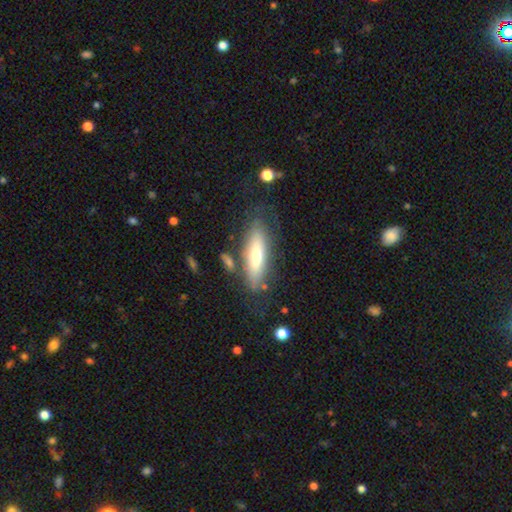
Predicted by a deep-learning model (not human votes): Smooth or featured: smooth — 55% (featured or disk — 38%)
How rounded: cigar-shaped — 50% (in between — 48%)
Merging: none — 69% (minor disturbance — 18%)